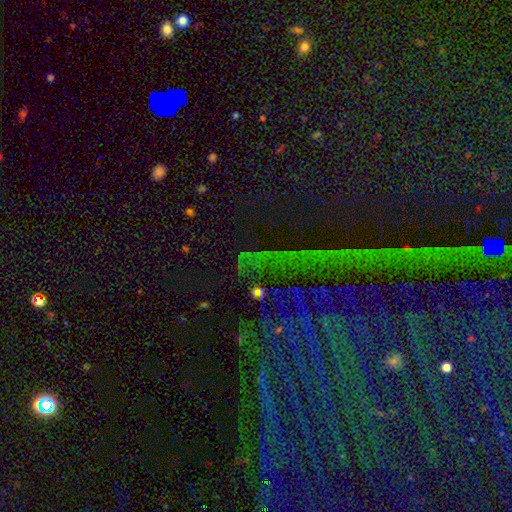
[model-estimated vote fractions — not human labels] The model was most divided on "smooth or featured": star or artifact: 79%, featured or disk: 11%, smooth: 10%.